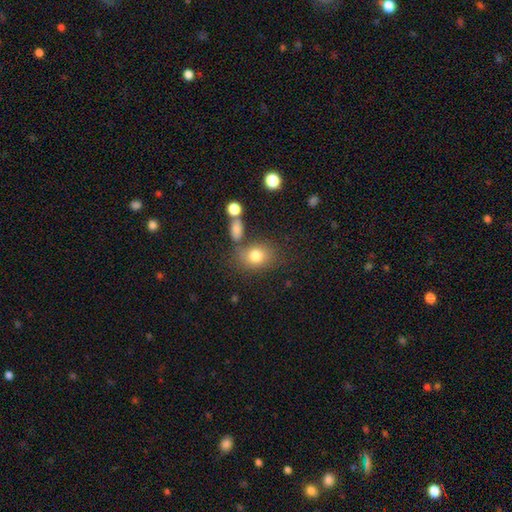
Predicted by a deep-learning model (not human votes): smooth-or-featured: smooth: 77% | featured or disk: 11% | star or artifact: 11%
  how-rounded: in between: 55% | round: 44% | cigar-shaped: 1%
  merging: none: 67% | minor disturbance: 15% | merger: 11% | major disturbance: 7%